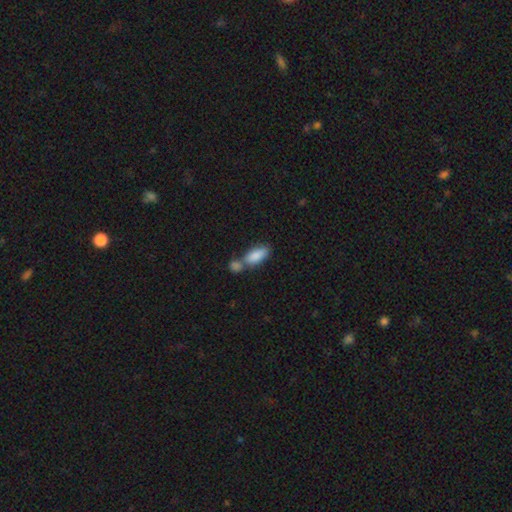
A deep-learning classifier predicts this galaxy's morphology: The model was most divided on "merging": merger: 47%, none: 37%, minor disturbance: 11%, major disturbance: 4%. More confident: smooth or featured — smooth (85%); how rounded — in between (83%).